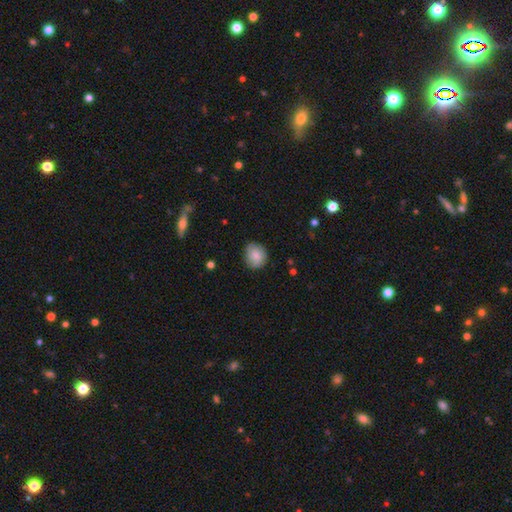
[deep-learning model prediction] A smooth galaxy with no disk features (81%) that is round (74%).

Vote fractions:
- Smooth or featured? smooth: 81% / featured or disk: 12% / star or artifact: 7%
- How rounded? round: 74% / in between: 25% / cigar-shaped: 1%
- Merging? none: 78% / minor disturbance: 18% / major disturbance: 3% / merger: 1%